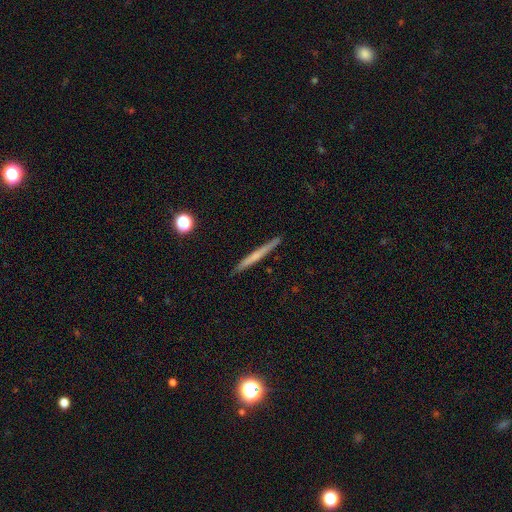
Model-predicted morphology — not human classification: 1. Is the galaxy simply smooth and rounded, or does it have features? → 50% smooth, 44% featured or disk, 7% star or artifact.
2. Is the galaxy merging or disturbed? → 91% none, 6% minor disturbance, 1% major disturbance, 1% merger.